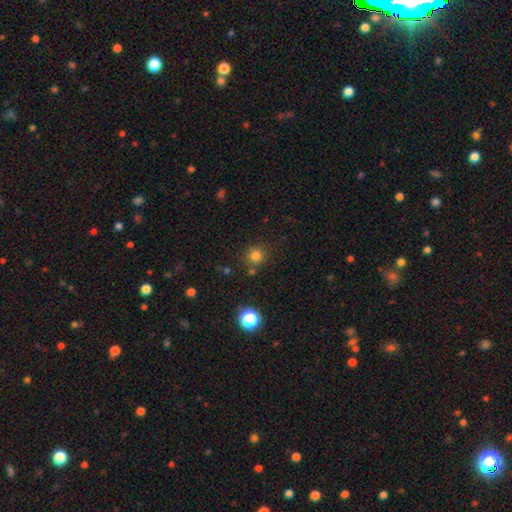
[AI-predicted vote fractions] A smooth galaxy with no disk features (78%) that is round (91%). Merging: none (80%).